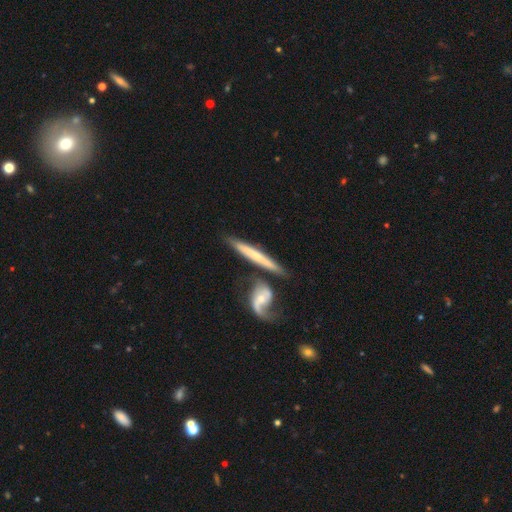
A smooth galaxy with no disk features (47%) that is cigar-shaped (94%). Merging: none (57%).